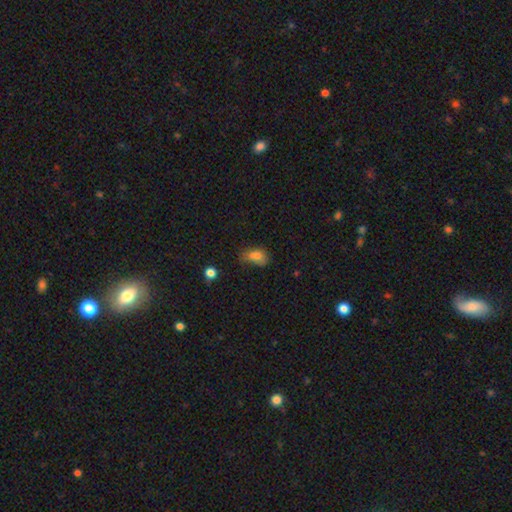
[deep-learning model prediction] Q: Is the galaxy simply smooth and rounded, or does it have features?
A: smooth — 75%.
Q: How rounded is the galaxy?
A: in between — 83%.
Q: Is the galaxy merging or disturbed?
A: none — 33%, tied with minor disturbance.